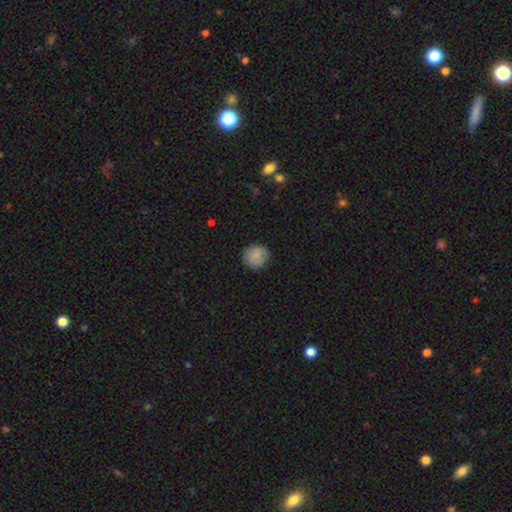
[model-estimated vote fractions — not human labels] Smooth or featured? Predicted: smooth (p=0.86). How rounded? Predicted: round (p=0.89). Merging? Predicted: none (p=0.83).